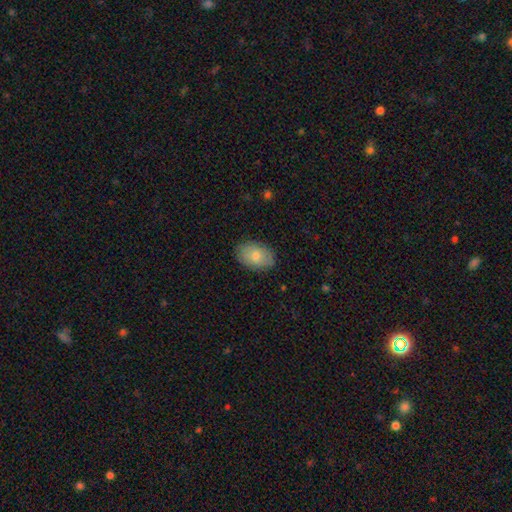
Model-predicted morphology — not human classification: Q: Smooth or featured?
A: smooth (79%); runner-up: featured or disk (14%)
Q: How rounded?
A: in between (86%); runner-up: round (13%)
Q: Merging?
A: none (87%); runner-up: minor disturbance (10%)